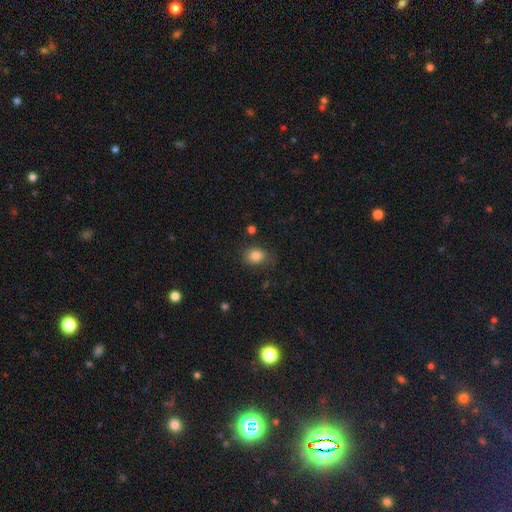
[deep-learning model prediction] This is clearly a smooth galaxy (83%). How rounded: possibly in between (54%). Merging: likely none (73%).